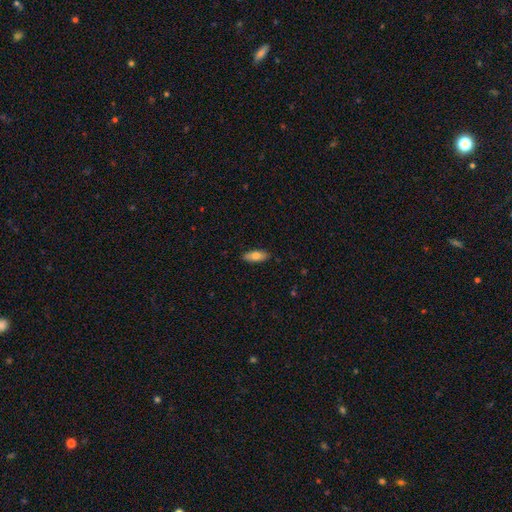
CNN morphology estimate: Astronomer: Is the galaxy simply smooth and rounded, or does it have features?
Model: smooth — 77%.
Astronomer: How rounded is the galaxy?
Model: in between — 74%.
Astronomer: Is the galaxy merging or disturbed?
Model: none — 88%.